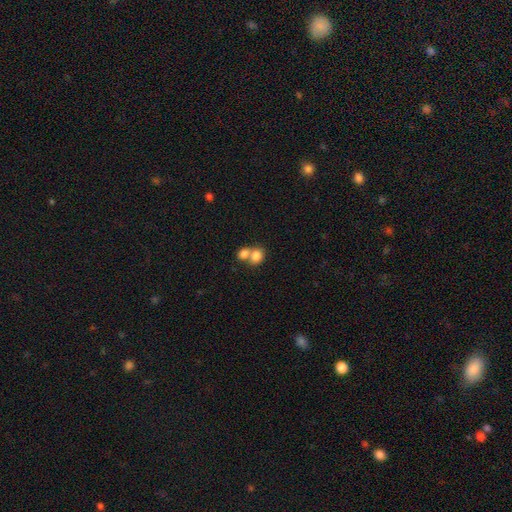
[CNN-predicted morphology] A smooth galaxy with no disk features (81%) that is round (61%).

Vote fractions:
- Smooth or featured? smooth: 81% / featured or disk: 10% / star or artifact: 9%
- How rounded? round: 61% / in between: 38% / cigar-shaped: 1%
- Merging? merger: 62% / none: 29% / minor disturbance: 6% / major disturbance: 3%